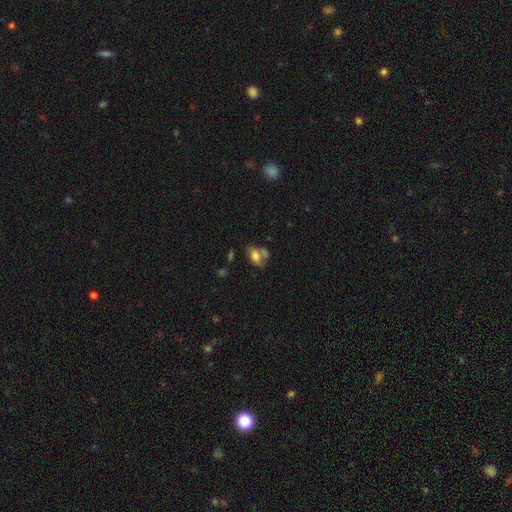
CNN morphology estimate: type=smooth (70%); roundness=in between (85%); merging=none (41%).